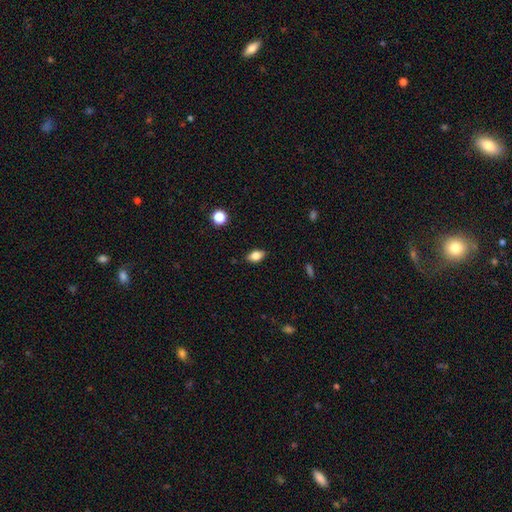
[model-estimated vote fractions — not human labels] This is clearly a smooth galaxy (80%). How rounded: clearly in between (85%). Merging: clearly none (85%).